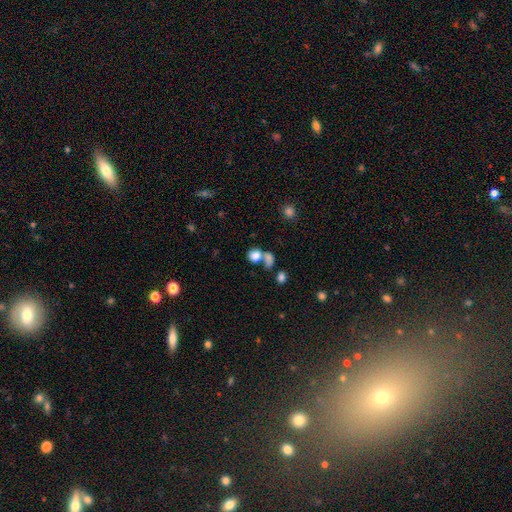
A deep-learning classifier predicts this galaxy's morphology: Q: Smooth or featured?
A: smooth (80%); runner-up: star or artifact (11%)
Q: How rounded?
A: round (69%); runner-up: in between (30%)
Q: Merging?
A: merger (49%); runner-up: none (34%)